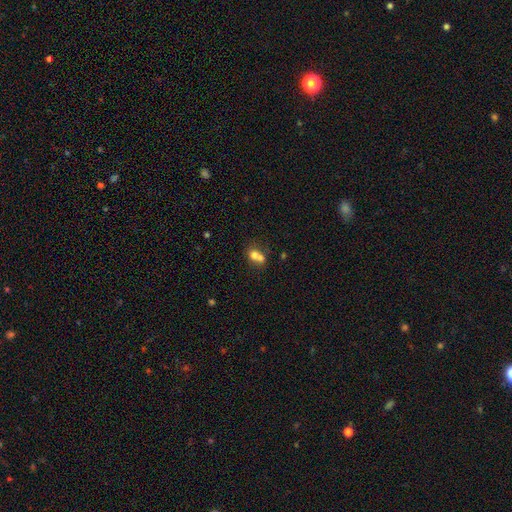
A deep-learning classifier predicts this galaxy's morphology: A smooth galaxy with no disk features (69%) that is round (59%). Merging: merger (65%).